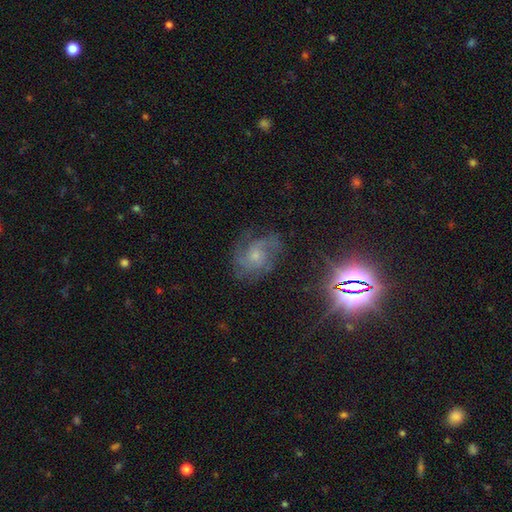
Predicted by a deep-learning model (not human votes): This appears to be a featured or disk galaxy (69%) with no bar (75%), 3 (32%) medium (47%) spiral arms (93%) and a small central bulge (58%). Merging: none (67%).